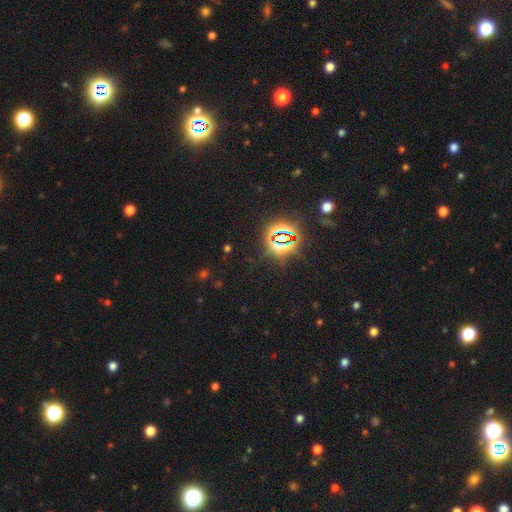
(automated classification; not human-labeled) Smooth or featured? Predicted: star or artifact (p=0.83).